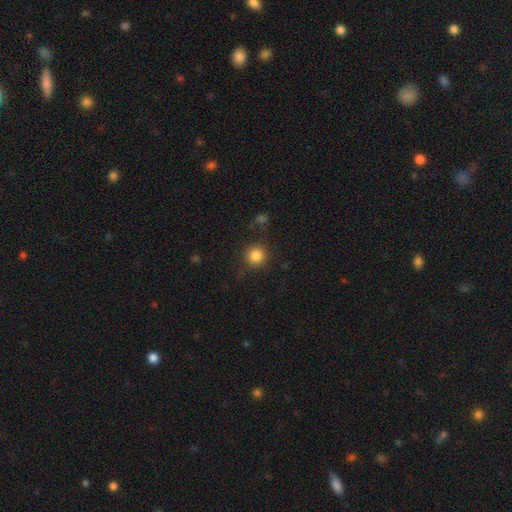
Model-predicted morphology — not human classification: Smooth or featured?
  - smooth: 85% *
  - star or artifact: 11%
  - featured or disk: 4%
How rounded?
  - round: 94% *
  - in between: 5%
  - cigar-shaped: 1%
Merging?
  - none: 85% *
  - minor disturbance: 9%
  - major disturbance: 4%
  - merger: 2%